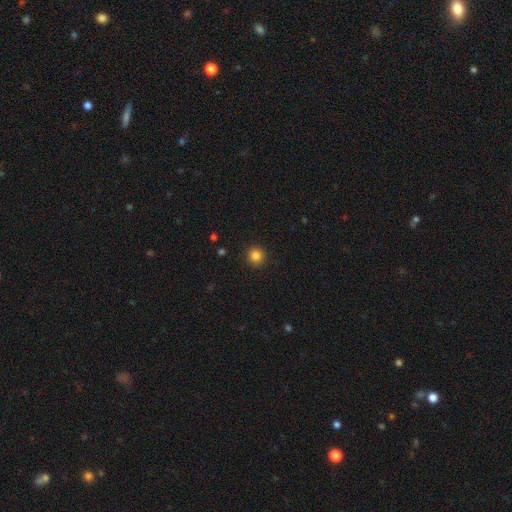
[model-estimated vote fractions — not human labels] smooth-or-featured: smooth: 84% | star or artifact: 12% | featured or disk: 4%
  how-rounded: round: 94% | in between: 5% | cigar-shaped: 1%
  merging: none: 92% | minor disturbance: 5% | major disturbance: 2% | merger: 1%